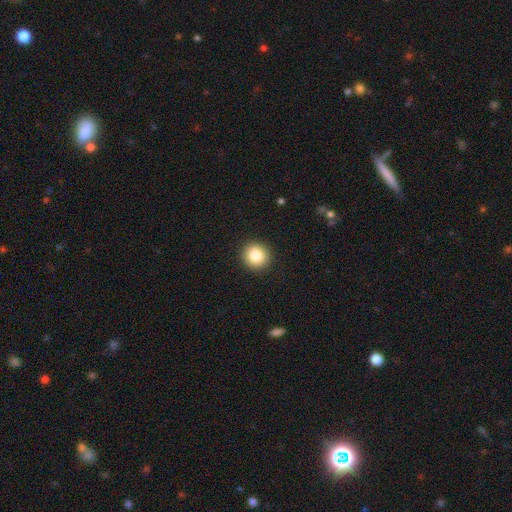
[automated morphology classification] Smooth or featured? Predicted: smooth (p=0.84). How rounded? Predicted: round (p=0.91). Merging? Predicted: none (p=0.92).